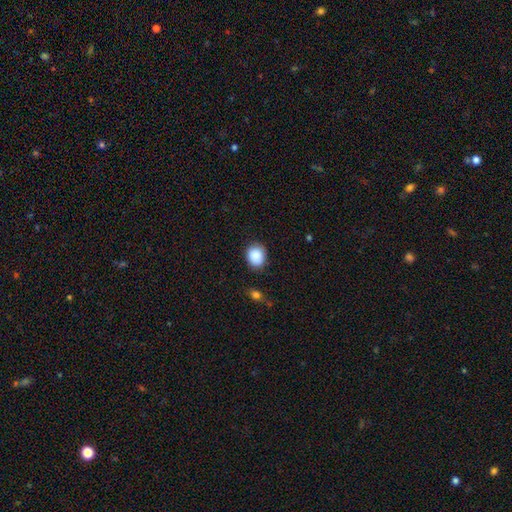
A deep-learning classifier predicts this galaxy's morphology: type=smooth (89%); roundness=round (62%); merging=none (82%).